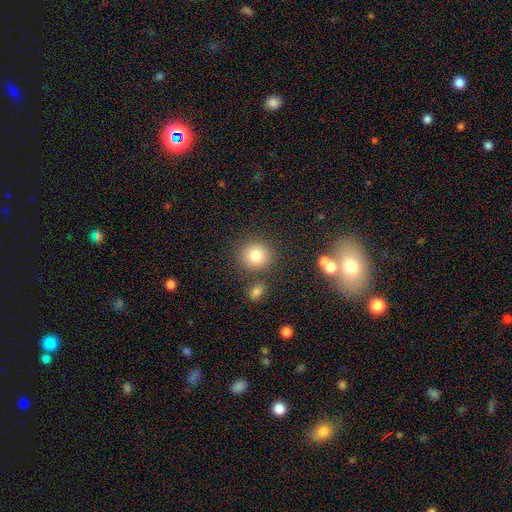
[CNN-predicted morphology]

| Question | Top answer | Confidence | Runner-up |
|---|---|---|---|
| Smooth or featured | smooth | 81% | star or artifact (11%) |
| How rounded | round | 87% | in between (12%) |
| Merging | none | 80% | minor disturbance (9%) |